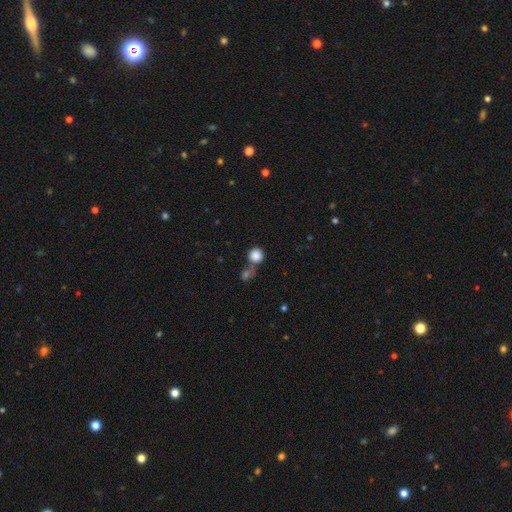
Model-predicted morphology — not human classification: smooth-or-featured: smooth: 85% | star or artifact: 10% | featured or disk: 6%
  how-rounded: round: 91% | in between: 8% | cigar-shaped: 1%
  merging: none: 51% | merger: 35% | minor disturbance: 9% | major disturbance: 5%